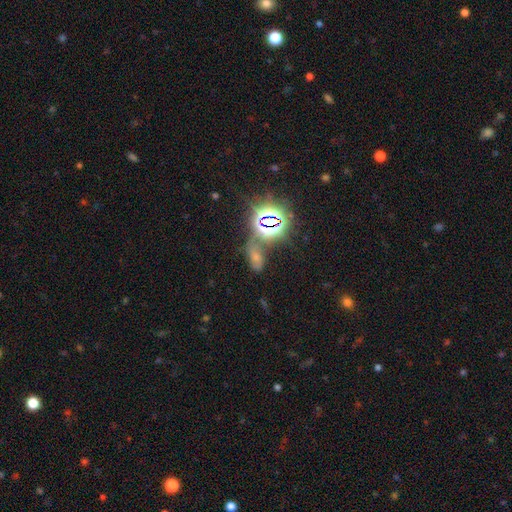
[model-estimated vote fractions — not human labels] Q: Smooth or featured?
A: star or artifact (47%); runner-up: smooth (33%)